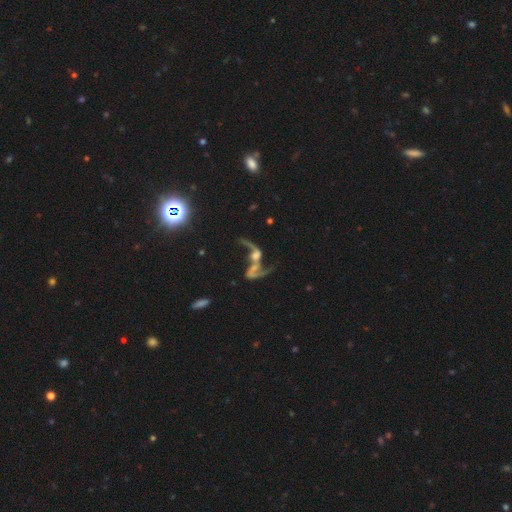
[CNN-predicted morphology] Smooth or featured? featured or disk (79%)
Edge-on disk? no (95%)
Bar? no (55%)
Spiral arms? yes (84%)
Spiral winding? loose (89%)
Spiral arm count? 2 (81%)
Bulge size? moderate (34%)
Merging? merger (48%)